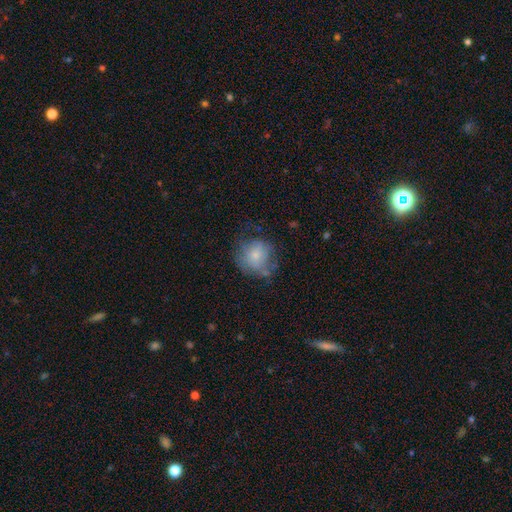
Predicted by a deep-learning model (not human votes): A smooth galaxy with no disk features (66%) that is round (81%). Merging: none (47%).